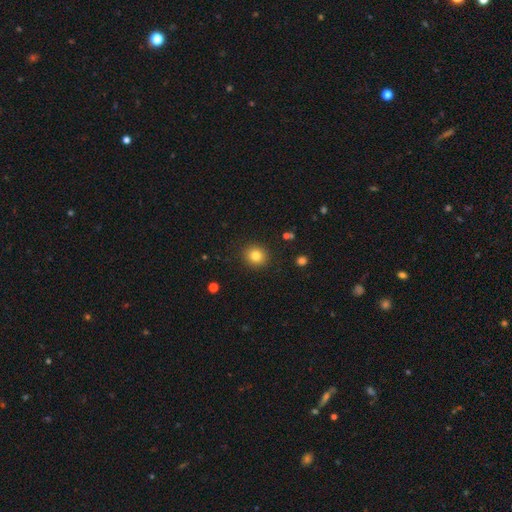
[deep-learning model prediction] Smooth or featured? Predicted: smooth (p=0.82). How rounded? Predicted: round (p=0.87). Merging? Predicted: none (p=0.91).